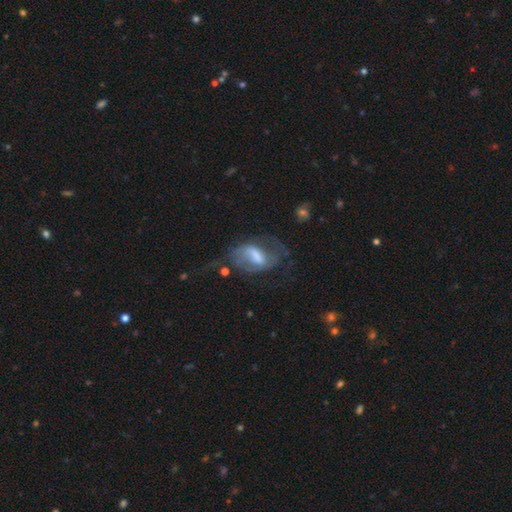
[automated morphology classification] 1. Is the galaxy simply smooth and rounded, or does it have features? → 64% featured or disk, 26% smooth, 9% star or artifact.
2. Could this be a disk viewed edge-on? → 95% no, 5% yes.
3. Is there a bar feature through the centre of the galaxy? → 48% weak, 31% strong, 21% no.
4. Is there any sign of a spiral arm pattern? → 75% yes, 25% no.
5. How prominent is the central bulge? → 39% moderate, 24% large, 19% small, 15% none, 3% dominant.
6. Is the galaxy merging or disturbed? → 41% none, 34% major disturbance, 21% minor disturbance, 4% merger.